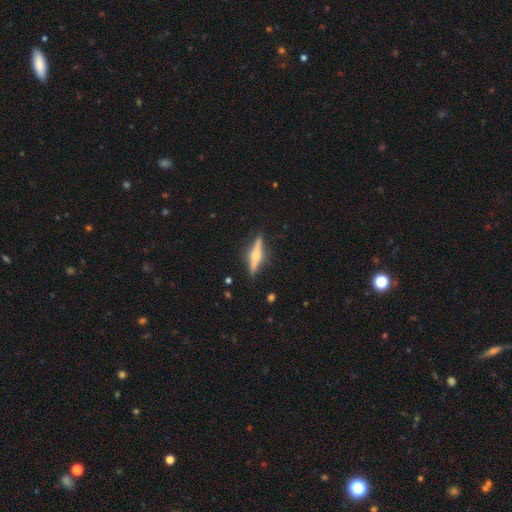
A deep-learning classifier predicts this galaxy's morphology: Overall: featured or disk (71%). Edge-on disk: yes (97%). Edge-on bulge: rounded (89%). Merging: none (88%).